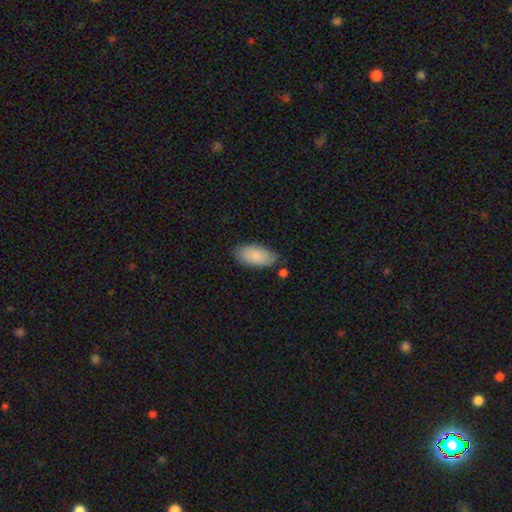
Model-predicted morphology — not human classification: A smooth galaxy with no disk features (85%) that is in between round and cigar-shaped (92%). Merging: none (74%).